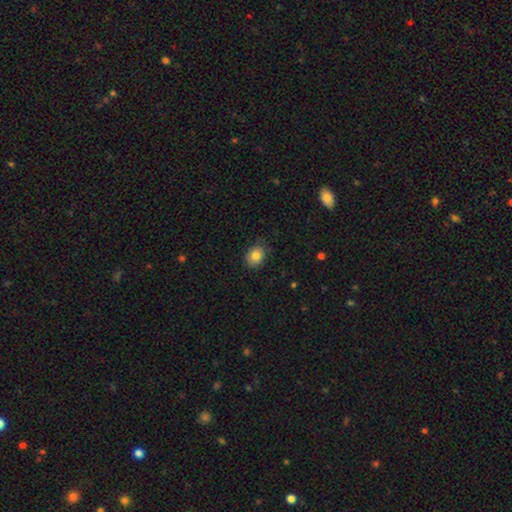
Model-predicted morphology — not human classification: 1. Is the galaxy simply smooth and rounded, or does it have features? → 82% smooth, 9% star or artifact, 9% featured or disk.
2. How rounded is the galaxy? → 52% round, 47% in between, 1% cigar-shaped.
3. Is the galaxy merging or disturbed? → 78% none, 18% minor disturbance, 3% major disturbance, 1% merger.